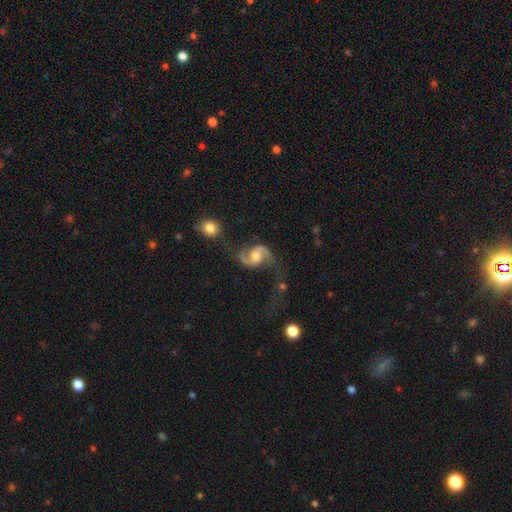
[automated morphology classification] Smooth or featured? Predicted: featured or disk (p=0.90). Edge-on disk? Predicted: no (p=0.98). Bar? Predicted: no (p=0.48). Spiral arms? Predicted: yes (p=0.98). Spiral winding? Predicted: loose (p=0.49). Spiral arm count? Predicted: 2 (p=0.94). Bulge size? Predicted: moderate (p=0.65). Merging? Predicted: none (p=0.62).